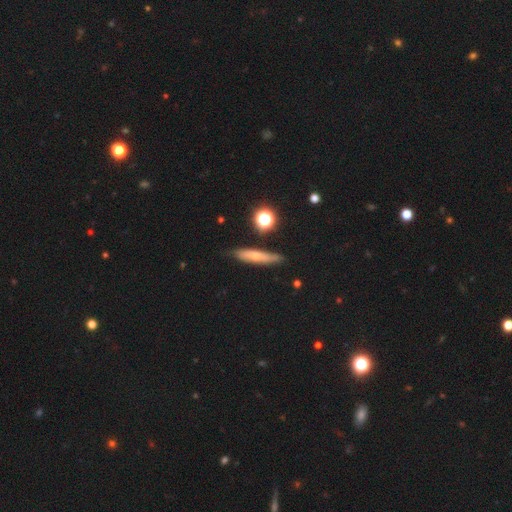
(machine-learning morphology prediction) Smooth or featured? Predicted: smooth (p=0.51). How rounded? Predicted: cigar-shaped (p=0.79). Merging? Predicted: none (p=0.77).